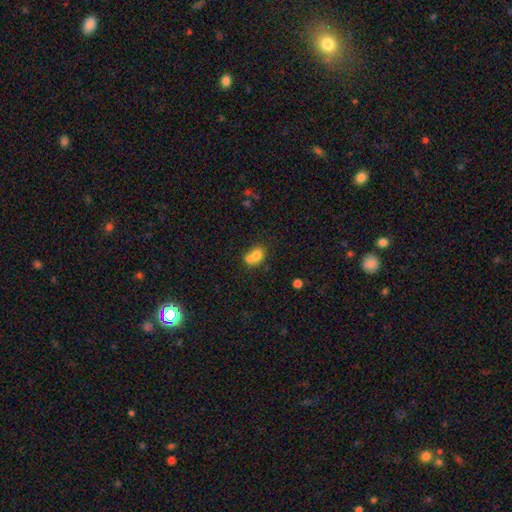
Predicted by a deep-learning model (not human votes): Morphology: type=smooth (73%); roundness=round (52%); merging=merger (61%).